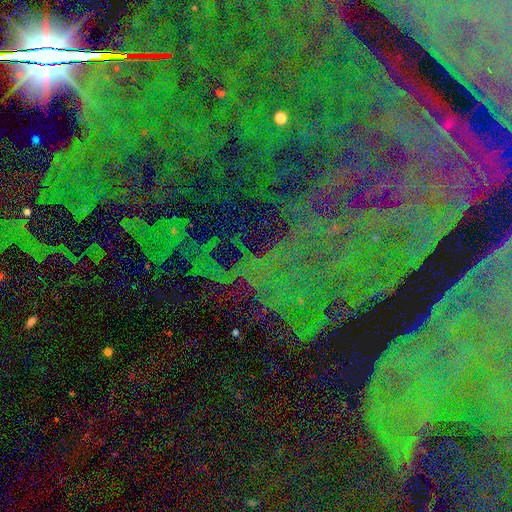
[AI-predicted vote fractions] Overall: star or artifact (82%).